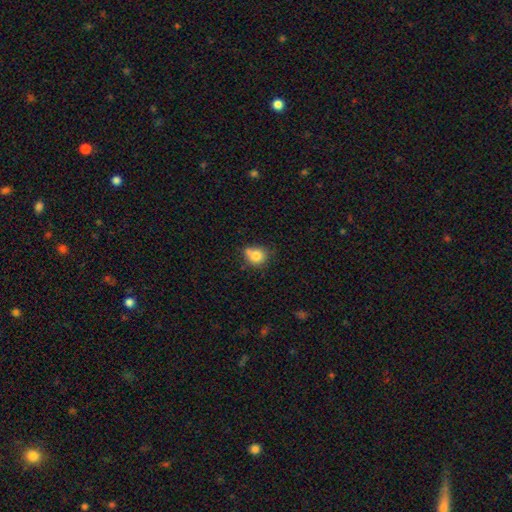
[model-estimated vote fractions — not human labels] Smooth or featured? smooth (80%)
How rounded? round (78%)
Merging? none (53%)